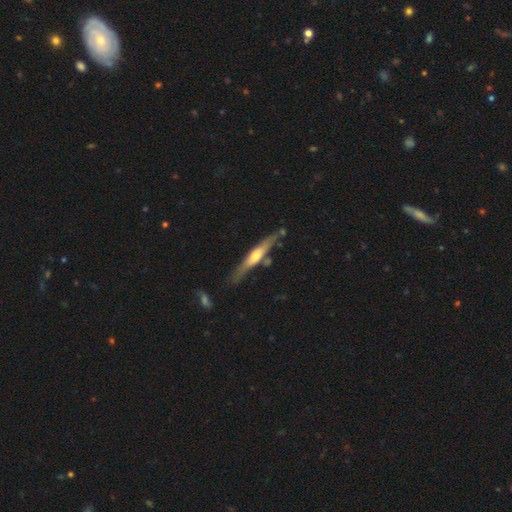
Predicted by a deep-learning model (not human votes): A featured or disk galaxy (64%) viewed edge-on (93%) with a rounded central bulge (81%). Merging: none (77%).